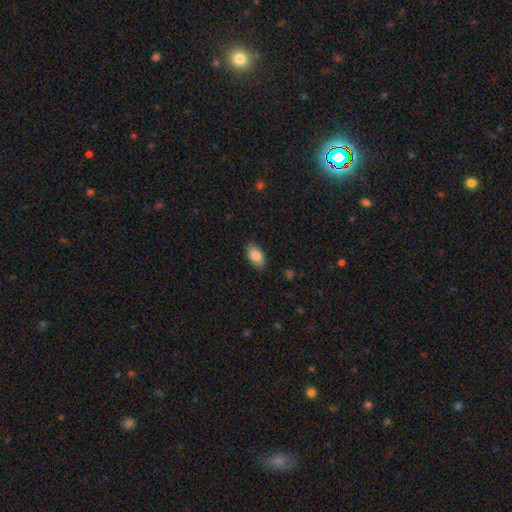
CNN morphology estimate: A smooth galaxy with no disk features (84%) that is in between round and cigar-shaped (92%). Merging: none (85%).